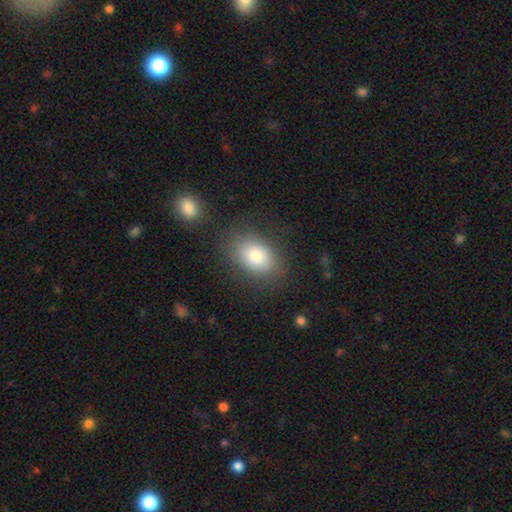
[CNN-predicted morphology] Smooth or featured? Predicted: smooth (p=0.80). How rounded? Predicted: in between (p=0.79). Merging? Predicted: none (p=0.78).